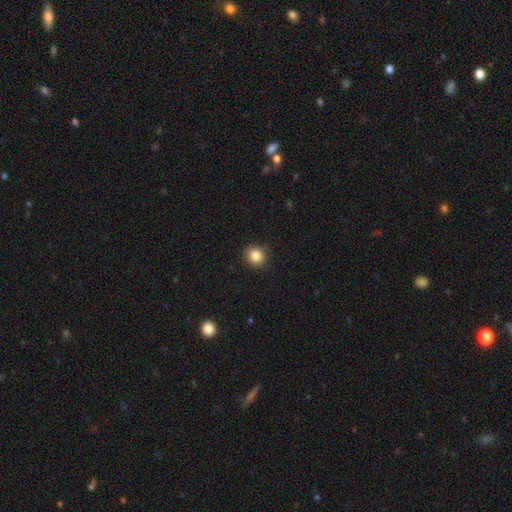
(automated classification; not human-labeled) A smooth galaxy with no disk features (86%) that is round (82%). Merging: none (87%).